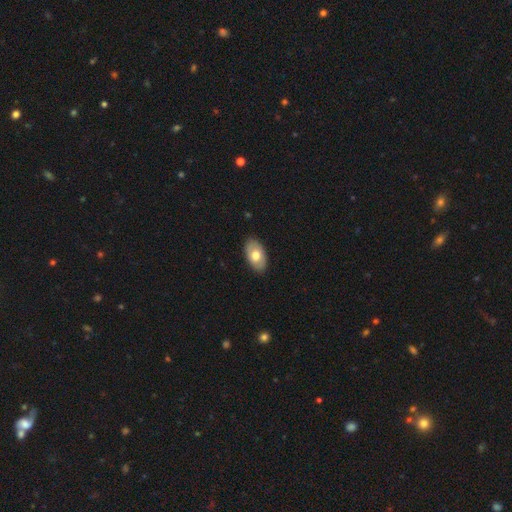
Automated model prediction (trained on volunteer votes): This is likely a smooth galaxy (69%). How rounded: clearly in between (93%). Merging: clearly none (87%).